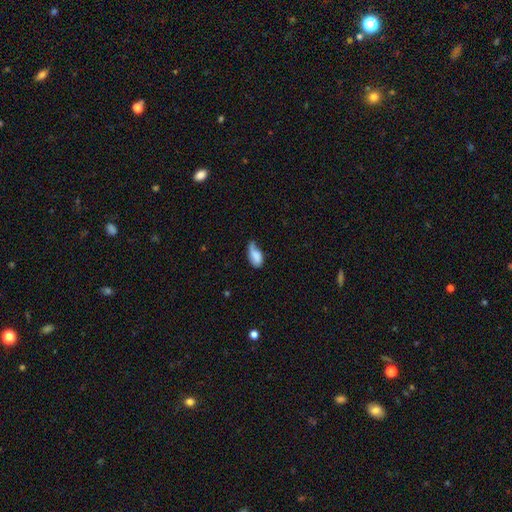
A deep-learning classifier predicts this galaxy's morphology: Smooth or featured? smooth (72%)
How rounded? in between (90%)
Merging? minor disturbance (41%)